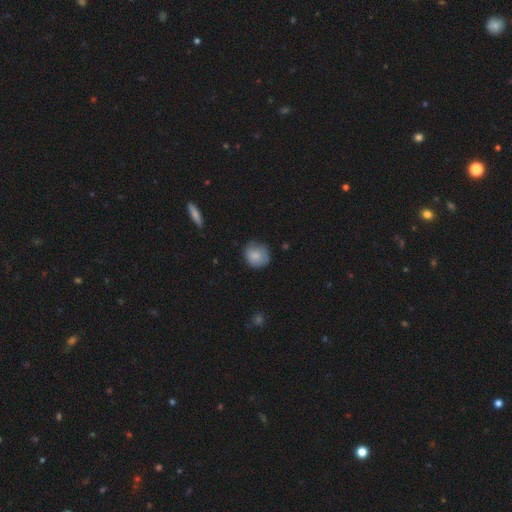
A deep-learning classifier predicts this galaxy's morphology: This appears to be a smooth galaxy with no disk features (82%) that is round (84%). Merging: none (70%).